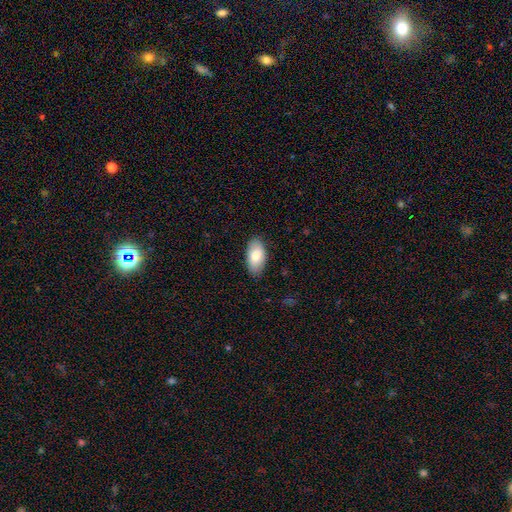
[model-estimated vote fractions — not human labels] A smooth galaxy with no disk features (79%) that is in between round and cigar-shaped (95%). Merging: none (86%).